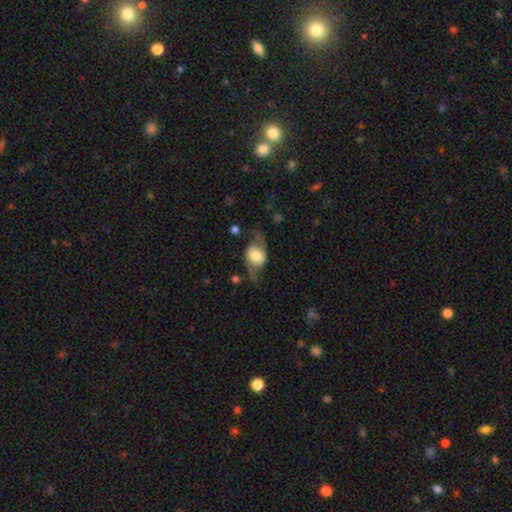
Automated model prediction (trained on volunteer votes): Morphology: type=featured or disk (62%); edge-on=no (89%); bar=no (59%); spiral arms=yes (80%); bulge=moderate (43%); merging=none (58%).